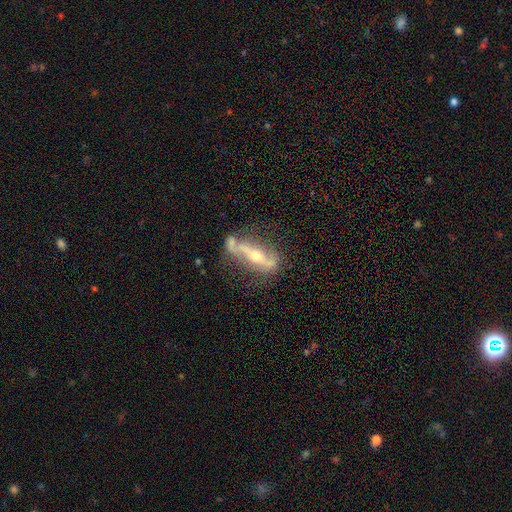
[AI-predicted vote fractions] Smooth or featured? Predicted: featured or disk (p=0.80). Edge-on disk? Predicted: no (p=0.56). Merging? Predicted: none (p=0.50).